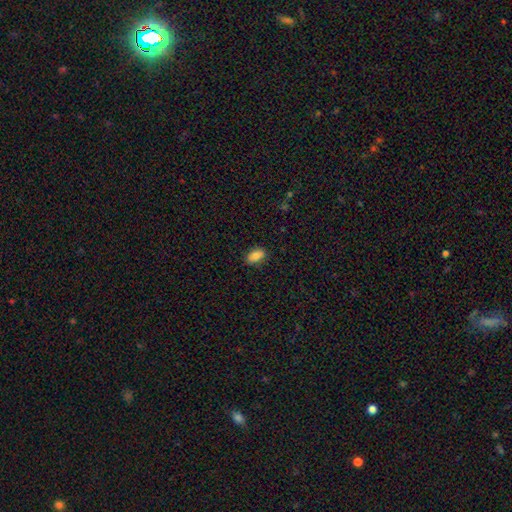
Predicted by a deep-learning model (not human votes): smooth 84%, star or artifact 8%, featured or disk 7%. Down the decision tree: how rounded — in between (91%); merging — none (85%).